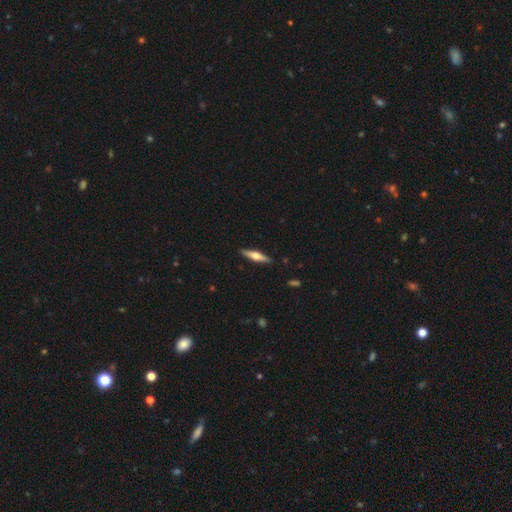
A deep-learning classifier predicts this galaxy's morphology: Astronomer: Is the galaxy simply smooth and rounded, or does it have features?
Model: featured or disk — 53% (runner-up: smooth, 41%).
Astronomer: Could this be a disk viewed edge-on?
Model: yes — 95%.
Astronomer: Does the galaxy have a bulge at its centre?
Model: rounded — 90%.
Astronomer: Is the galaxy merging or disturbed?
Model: none — 90%.